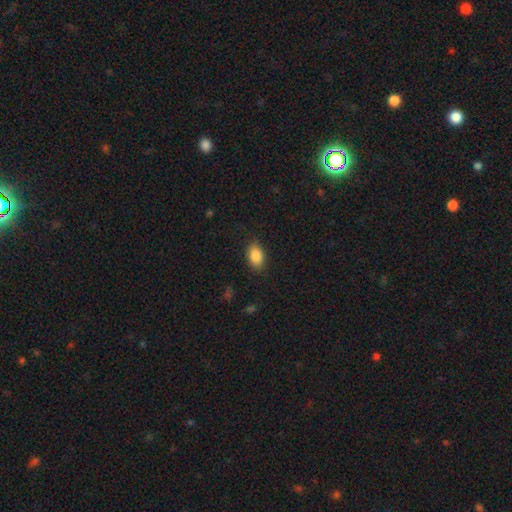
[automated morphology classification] Smooth or featured?
  - smooth: 87% *
  - star or artifact: 8%
  - featured or disk: 5%
How rounded?
  - in between: 89% *
  - round: 9%
  - cigar-shaped: 2%
Merging?
  - none: 85% *
  - minor disturbance: 11%
  - major disturbance: 3%
  - merger: 1%